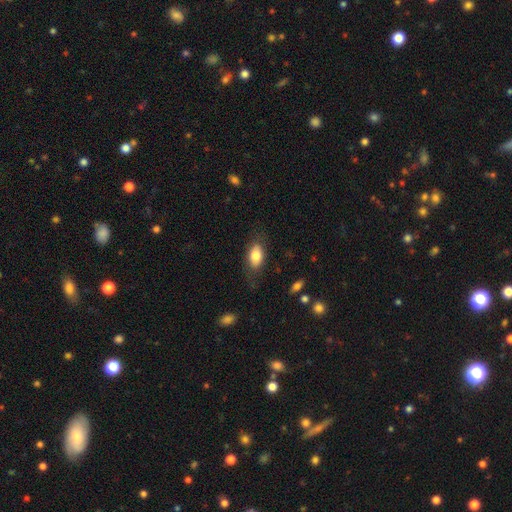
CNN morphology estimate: Smooth or featured? smooth (80%)
How rounded? in between (89%)
Merging? none (75%)